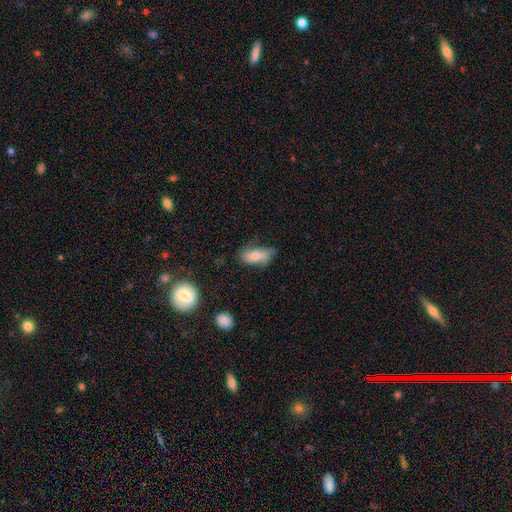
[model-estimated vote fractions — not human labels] This is likely a smooth galaxy (62%). How rounded: clearly in between (86%). Merging: possibly none (52%).